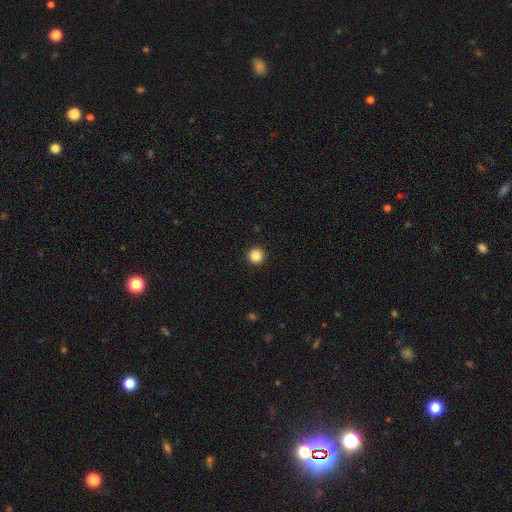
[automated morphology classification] type=smooth (87%); roundness=round (96%); merging=none (93%).